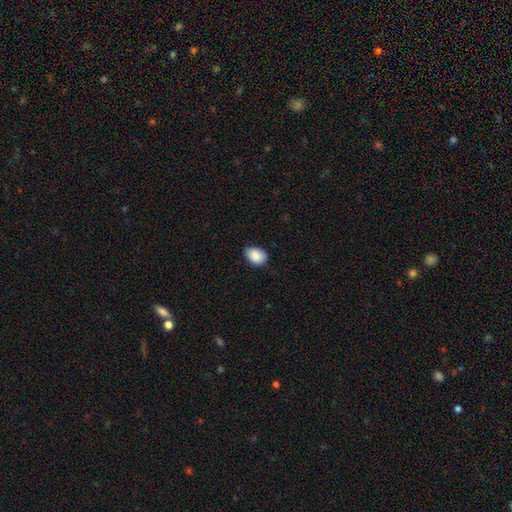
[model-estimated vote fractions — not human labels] This appears to be a smooth galaxy with no disk features (89%) that is in between round and cigar-shaped (74%). Merging: none (75%).